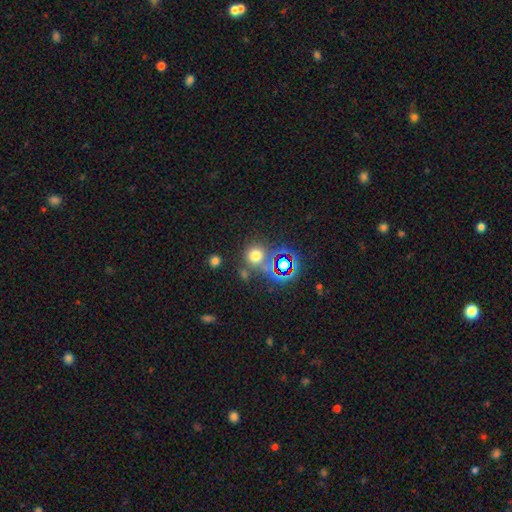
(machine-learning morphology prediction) type=smooth (63%); roundness=round (89%); merging=none (70%).